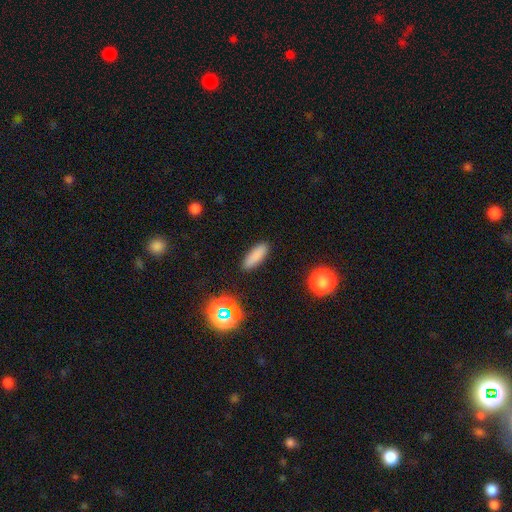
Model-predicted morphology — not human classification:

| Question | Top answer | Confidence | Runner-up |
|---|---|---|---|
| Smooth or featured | smooth | 82% | star or artifact (11%) |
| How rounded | in between | 50% | cigar-shaped (47%) |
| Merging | none | 88% | minor disturbance (8%) |